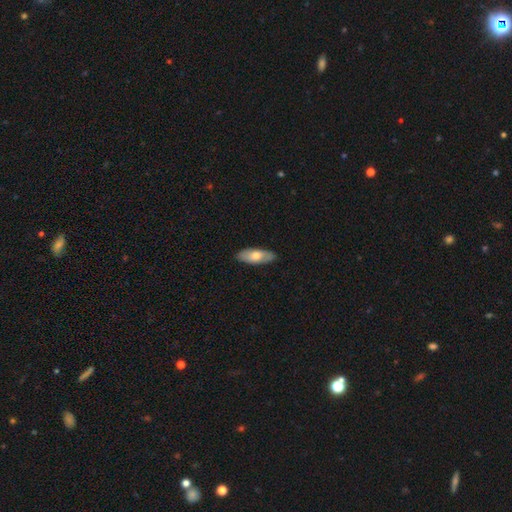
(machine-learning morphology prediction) Overall: smooth (63%; featured or disk 31%). How rounded: in between (79%). Merging: none (88%).